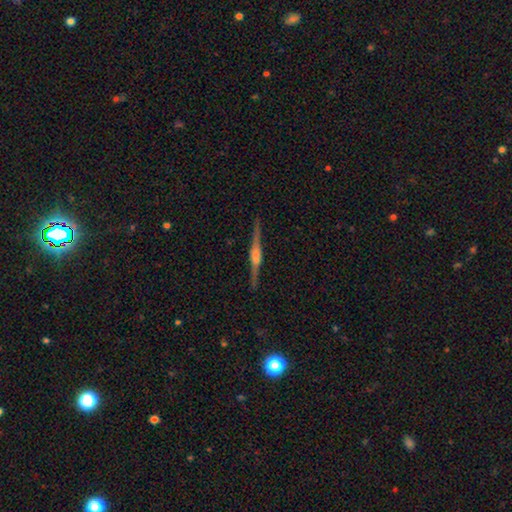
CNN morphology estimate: smooth-or-featured: featured or disk: 82% | smooth: 12% | star or artifact: 6%
  disk-edge-on: yes: 98% | no: 2%
    edge-on-bulge: rounded: 68% | boxy: 26% | none: 7%
  merging: none: 90% | minor disturbance: 7% | major disturbance: 2% | merger: 1%